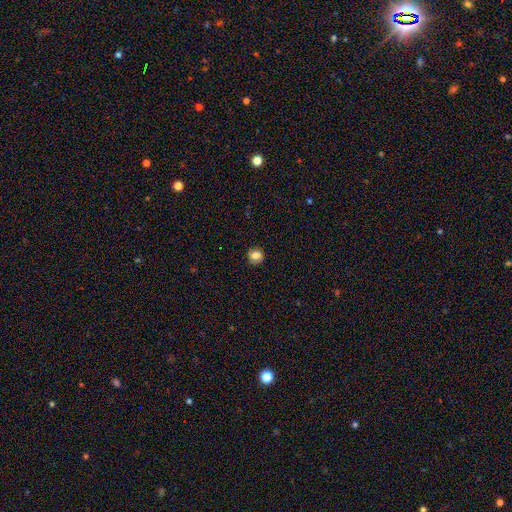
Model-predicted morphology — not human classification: type=smooth (79%); roundness=round (81%); merging=none (84%).